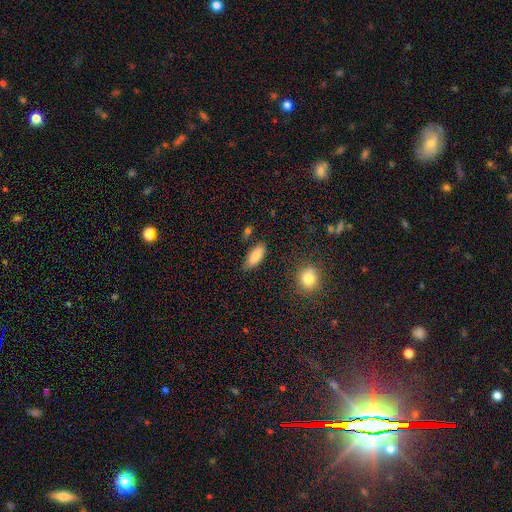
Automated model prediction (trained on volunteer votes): Overall: smooth (84%). How rounded: in between (80%). Merging: none (81%).